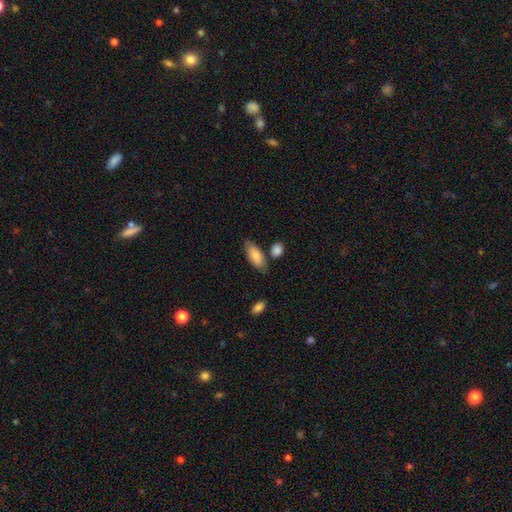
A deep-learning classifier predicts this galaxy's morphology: This appears to be a smooth galaxy with no disk features (83%) that is in between round and cigar-shaped (84%). Merging: none (70%).